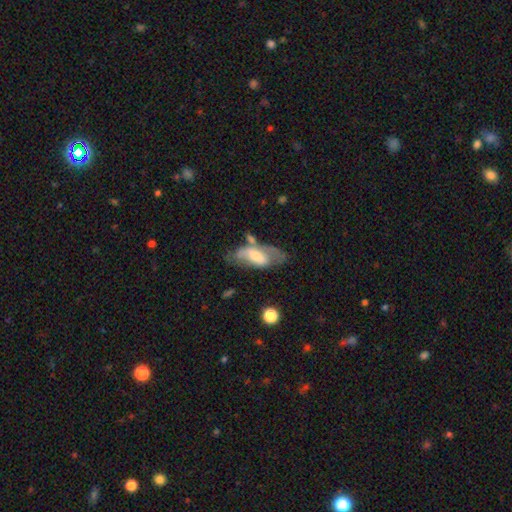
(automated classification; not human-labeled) Overall: featured or disk (50%; smooth 43%). Edge-on disk: no (85%). Merging: none (39%; minor disturbance 26%).